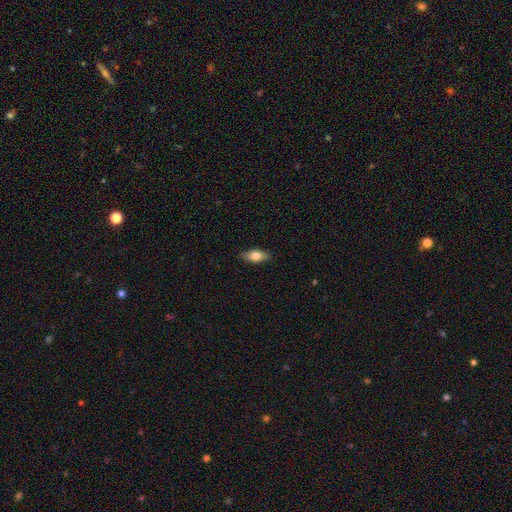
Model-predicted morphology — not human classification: smooth-or-featured: smooth: 74% | featured or disk: 19% | star or artifact: 7%
  how-rounded: in between: 83% | cigar-shaped: 13% | round: 4%
  merging: none: 88% | minor disturbance: 9% | major disturbance: 2% | merger: 1%